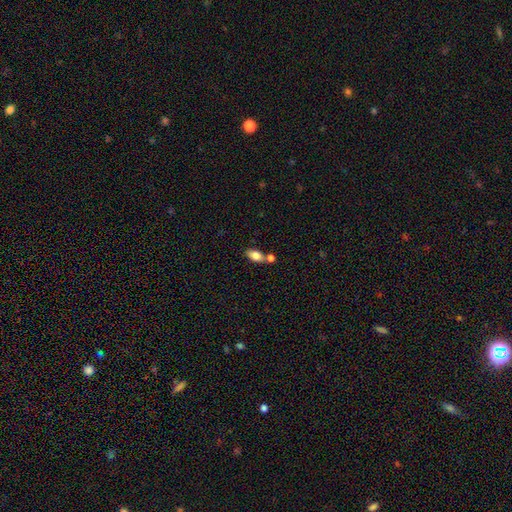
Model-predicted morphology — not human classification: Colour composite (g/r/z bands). It shows a smooth galaxy with no disk features (79%) that is in between round and cigar-shaped (89%). Merging: none (56%).